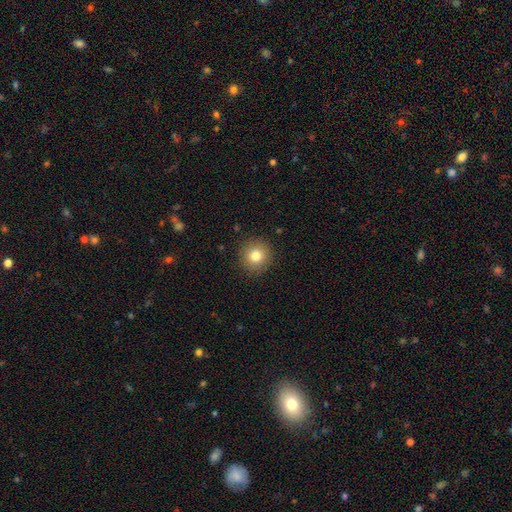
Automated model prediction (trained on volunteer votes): smooth_or_featured: smooth (p=0.82) [alt: star or artifact p=0.11]
how_rounded: round (p=0.92) [alt: in between p=0.07]
merging: none (p=0.90) [alt: minor disturbance p=0.07]